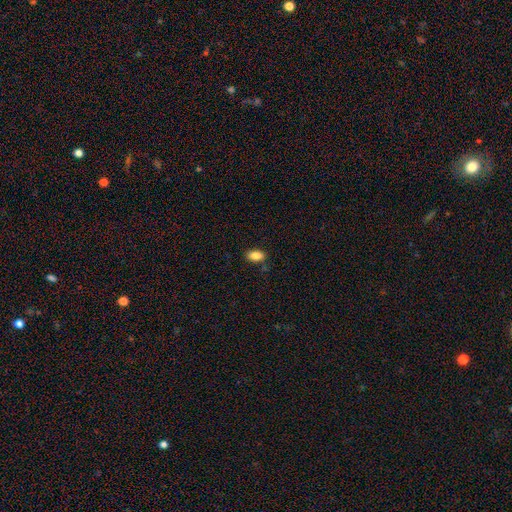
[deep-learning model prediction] Smooth or featured?
  - smooth: 87% *
  - star or artifact: 8%
  - featured or disk: 5%
How rounded?
  - in between: 91% *
  - round: 5%
  - cigar-shaped: 3%
Merging?
  - none: 84% *
  - minor disturbance: 11%
  - merger: 3%
  - major disturbance: 2%